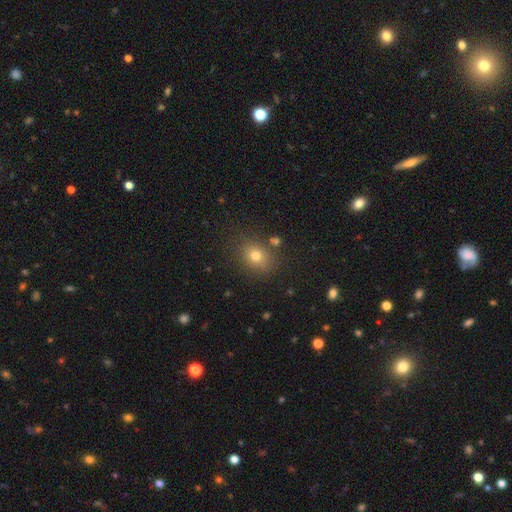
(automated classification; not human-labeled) This is likely a smooth galaxy (74%). How rounded: possibly round (52%). Merging: clearly none (81%).